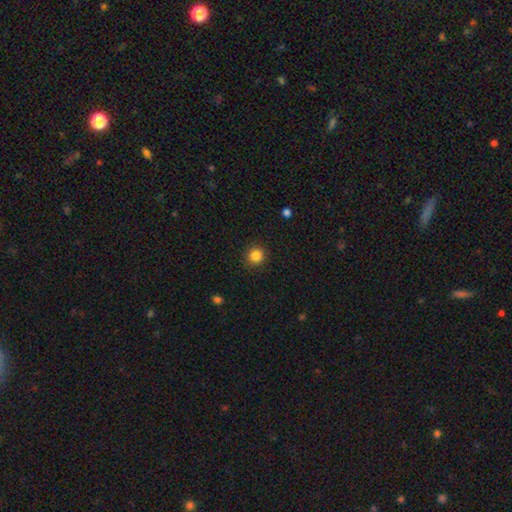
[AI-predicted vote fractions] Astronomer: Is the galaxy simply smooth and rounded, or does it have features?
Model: smooth — 85%.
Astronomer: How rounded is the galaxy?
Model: round — 92%.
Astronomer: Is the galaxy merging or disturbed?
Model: none — 91%.